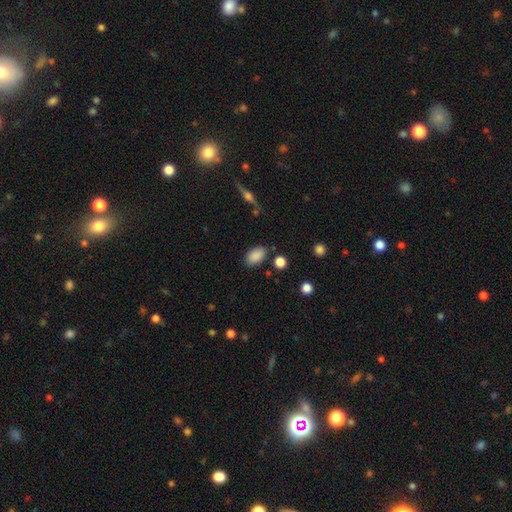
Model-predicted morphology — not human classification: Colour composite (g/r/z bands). It shows a smooth galaxy with no disk features (87%) that is in between round and cigar-shaped (90%). Merging: none (81%).